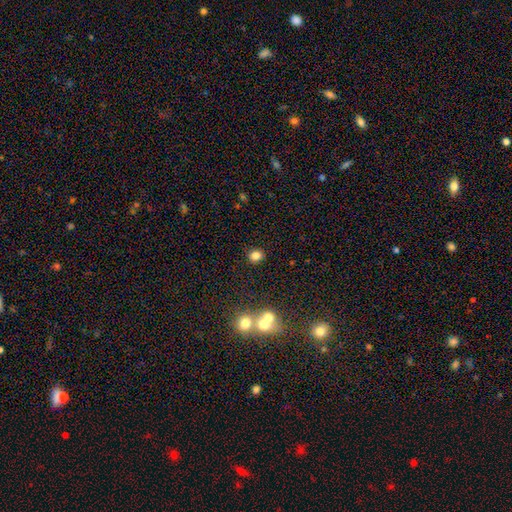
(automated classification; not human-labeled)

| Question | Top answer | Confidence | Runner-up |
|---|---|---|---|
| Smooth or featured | smooth | 80% | star or artifact (13%) |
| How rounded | round | 77% | in between (22%) |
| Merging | none | 84% | merger (7%) |